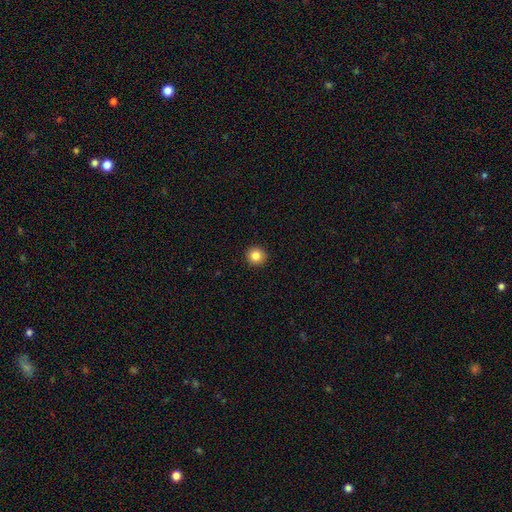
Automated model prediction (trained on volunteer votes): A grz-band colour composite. It shows a smooth galaxy with no disk features (84%) that is round (95%). Merging: none (93%).